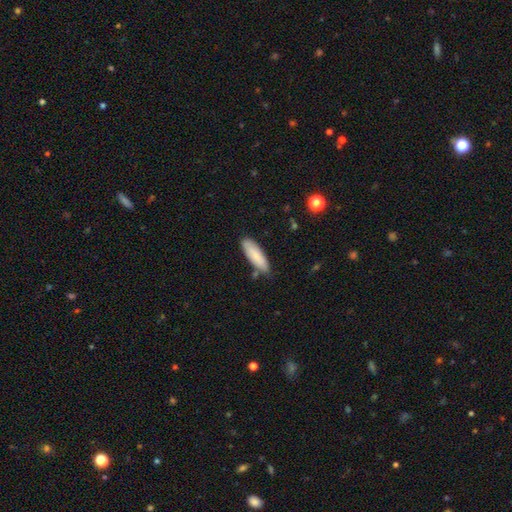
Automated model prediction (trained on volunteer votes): smooth-or-featured: smooth: 82% | featured or disk: 12% | star or artifact: 6%
  how-rounded: in between: 49% (tied) | cigar-shaped: 49% (tied) | round: 1%
  merging: none: 79% | minor disturbance: 15% | merger: 4% | major disturbance: 2%